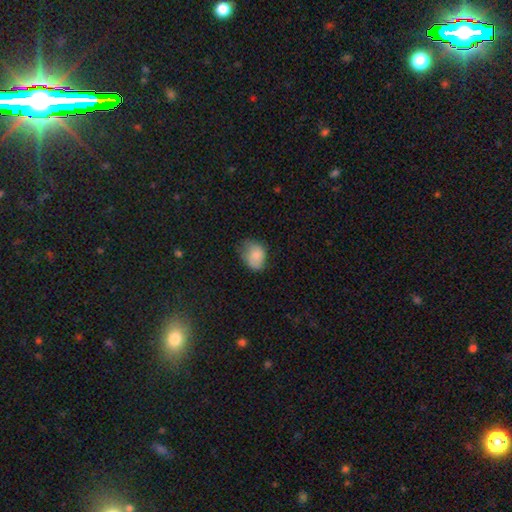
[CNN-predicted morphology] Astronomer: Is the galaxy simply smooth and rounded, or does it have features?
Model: smooth — 80%.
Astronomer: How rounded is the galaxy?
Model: in between — 63%.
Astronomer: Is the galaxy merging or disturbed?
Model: none — 48% (runner-up: minor disturbance, 38%).